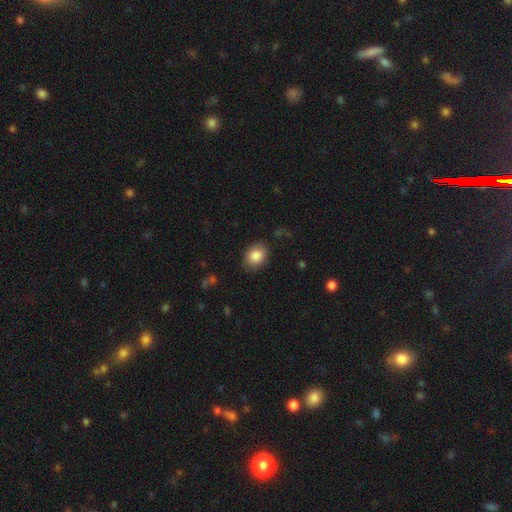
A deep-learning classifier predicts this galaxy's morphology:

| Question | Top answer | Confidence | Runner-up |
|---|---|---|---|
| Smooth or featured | smooth | 86% | star or artifact (7%) |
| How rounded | in between | 68% | round (31%) |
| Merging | none | 81% | minor disturbance (14%) |